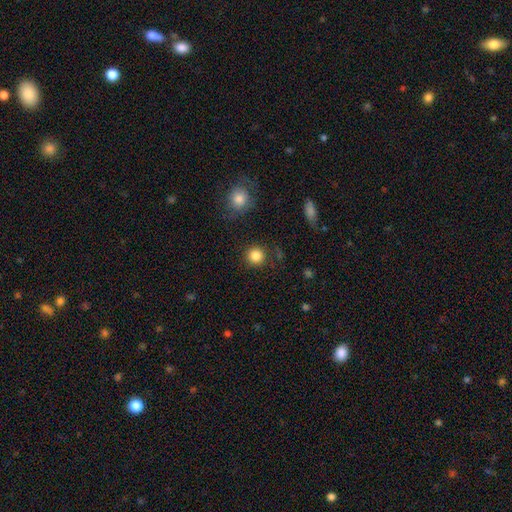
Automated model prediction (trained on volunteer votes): The model was most divided on "smooth or featured": smooth: 85%, star or artifact: 11%, featured or disk: 4%. More confident: how rounded — round (93%); merging — none (87%).